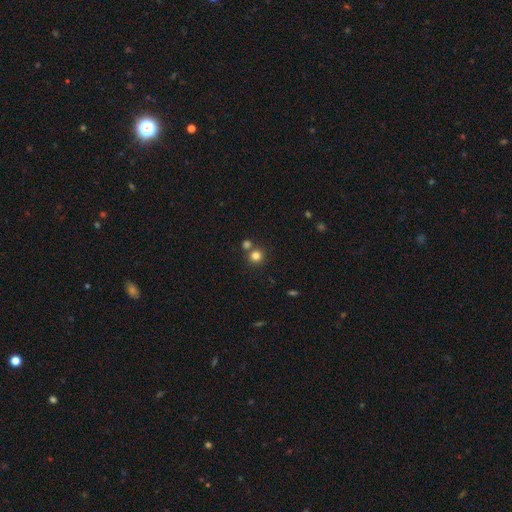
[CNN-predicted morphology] Smooth or featured: smooth — 80% (star or artifact — 14%)
How rounded: round — 92% (in between — 7%)
Merging: none — 69% (merger — 21%)